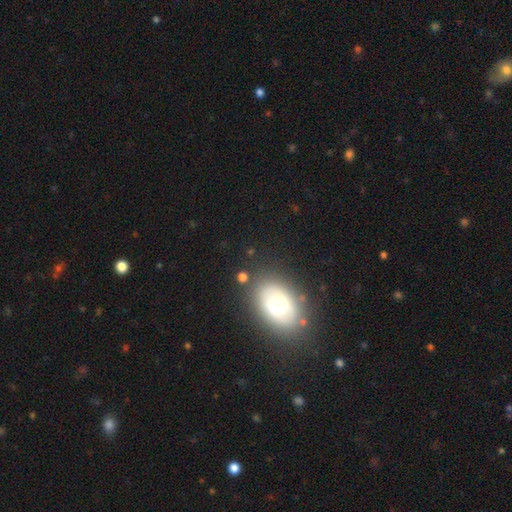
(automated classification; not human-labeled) A smooth galaxy with no disk features (50%) that is in between round and cigar-shaped (78%).

Vote fractions:
- Smooth or featured? smooth: 50% / featured or disk: 31% / star or artifact: 18%
- How rounded? in between: 78% / round: 20% / cigar-shaped: 2%
- Merging? none: 79% / minor disturbance: 14% / major disturbance: 5% / merger: 2%